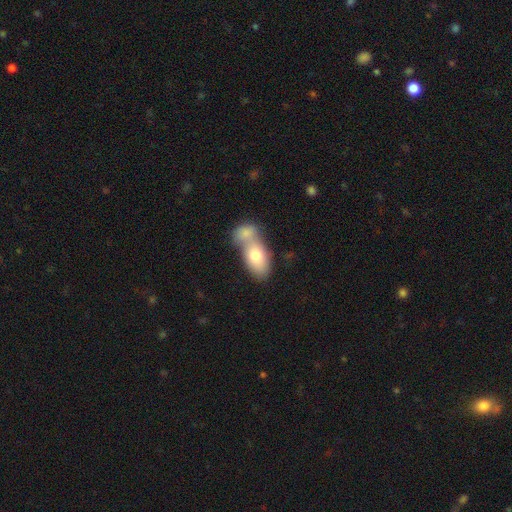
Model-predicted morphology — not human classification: smooth 74%, featured or disk 20%, star or artifact 6%. Down the decision tree: how rounded — in between (88%); merging — merger (62%).